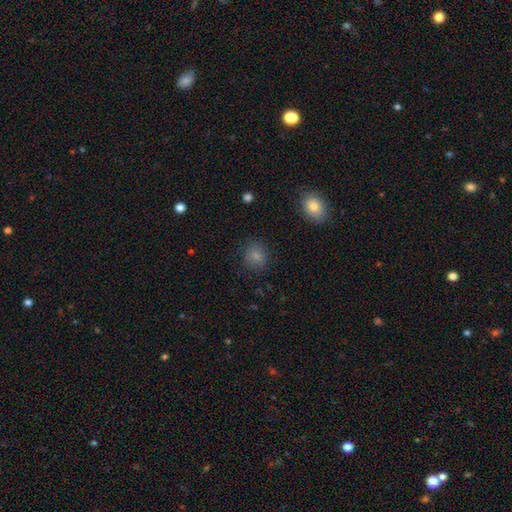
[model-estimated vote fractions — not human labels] Morphology: type=smooth (81%); roundness=round (80%); merging=none (82%).